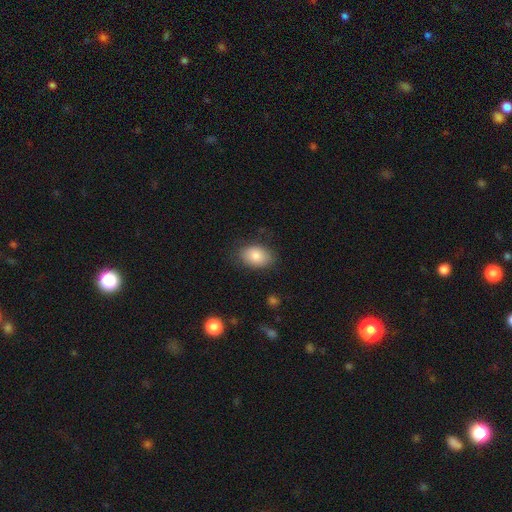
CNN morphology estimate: This is clearly a smooth galaxy (83%). How rounded: clearly in between (82%). Merging: clearly none (80%).